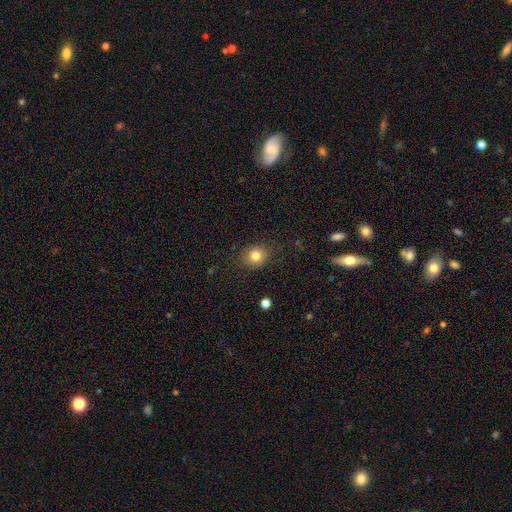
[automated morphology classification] Q: Smooth or featured?
A: smooth (81%); runner-up: star or artifact (12%)
Q: How rounded?
A: round (76%); runner-up: in between (23%)
Q: Merging?
A: none (86%); runner-up: minor disturbance (10%)